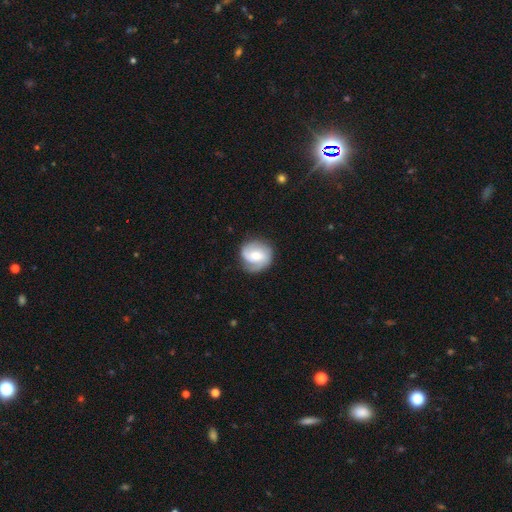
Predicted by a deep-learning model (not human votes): A featured or disk galaxy (71%) with no bar (47%), 2 (62%) medium (41%) spiral arms (92%) and a moderate central bulge (57%).

Vote fractions:
- Smooth or featured? featured or disk: 71% / smooth: 23% / star or artifact: 6%
- Edge-on disk? no: 98% / yes: 2%
- Bar? no: 47% / weak: 39% / strong: 13%
- Spiral arms? yes: 92% / no: 8%
- Spiral winding? medium: 41% / tight: 40% / loose: 19%
- Spiral arm count? 2: 62% / can't tell: 13% / 3: 11% / 1: 10% / 4: 2% / more than 4: 2%
- Bulge size? moderate: 57% / small: 37% / large: 4% / none: 1% / dominant: 1%
- Merging? none: 76% / minor disturbance: 16% / major disturbance: 6% / merger: 1%